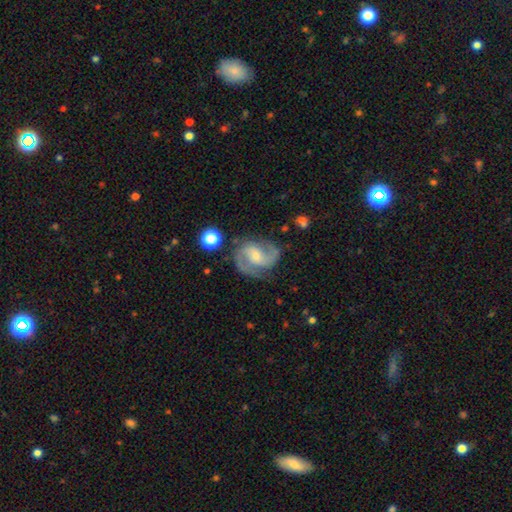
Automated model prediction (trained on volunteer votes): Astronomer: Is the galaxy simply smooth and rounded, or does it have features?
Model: featured or disk — 87%.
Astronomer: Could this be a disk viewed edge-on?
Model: no — 98%.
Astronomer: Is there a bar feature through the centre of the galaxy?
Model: weak — 49% (runner-up: no, 33%).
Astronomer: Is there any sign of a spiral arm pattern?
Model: yes — 97%.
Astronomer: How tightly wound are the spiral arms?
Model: medium — 59%.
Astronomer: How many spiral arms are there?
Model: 2 — 90%.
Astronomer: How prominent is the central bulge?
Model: small — 52% (runner-up: moderate, 40%).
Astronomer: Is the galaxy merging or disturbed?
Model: none — 75%.